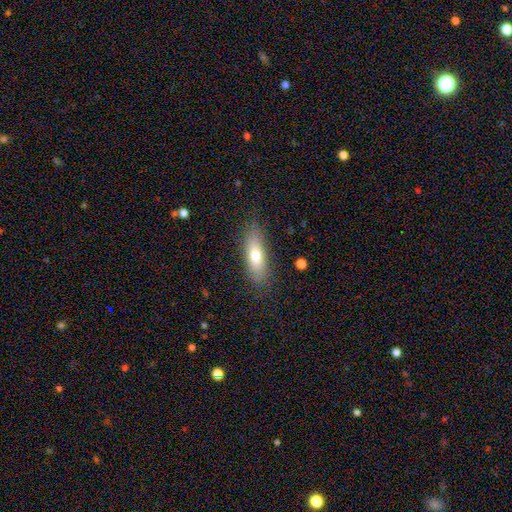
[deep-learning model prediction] Q: Smooth or featured?
A: smooth (70%); runner-up: featured or disk (22%)
Q: How rounded?
A: in between (56%); runner-up: cigar-shaped (41%)
Q: Merging?
A: none (84%); runner-up: minor disturbance (11%)